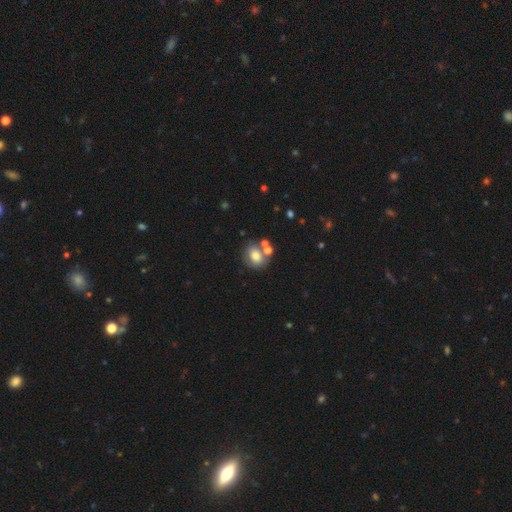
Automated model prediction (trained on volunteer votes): A smooth galaxy with no disk features (70%) that is round (51%).

Vote fractions:
- Smooth or featured? smooth: 70% / featured or disk: 19% / star or artifact: 10%
- How rounded? round: 51% / in between: 48% / cigar-shaped: 1%
- Merging? none: 54% / merger: 24% / minor disturbance: 15% / major disturbance: 6%